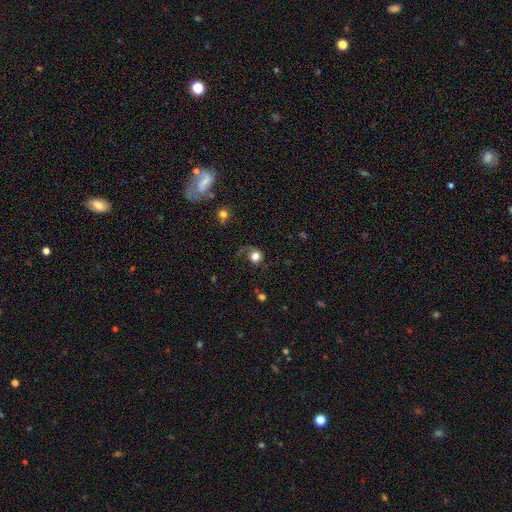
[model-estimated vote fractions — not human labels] This is likely a smooth galaxy (64%). How rounded: likely round (78%). Merging: marginally none (41%).